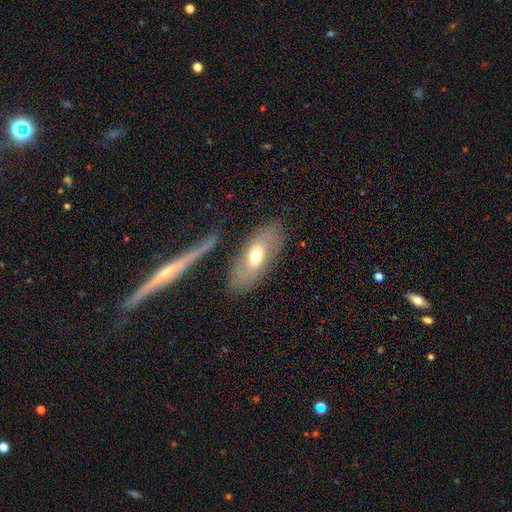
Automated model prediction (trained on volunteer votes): smooth_or_featured: smooth (p=0.55) [alt: featured or disk p=0.37]
how_rounded: in between (p=0.83) [alt: cigar-shaped p=0.13]
merging: none (p=0.75) [alt: minor disturbance p=0.13]